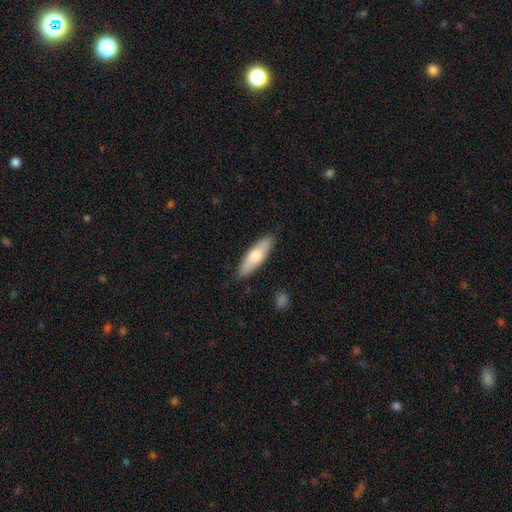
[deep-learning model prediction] Smooth or featured: smooth — 65% (featured or disk — 30%)
How rounded: cigar-shaped — 55% (in between — 43%)
Merging: none — 88% (minor disturbance — 9%)